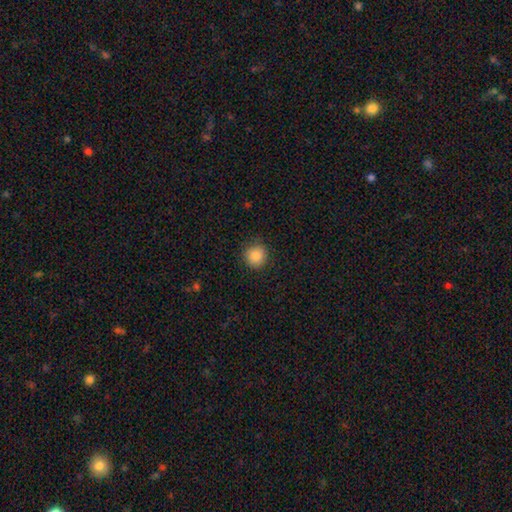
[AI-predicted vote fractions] Overall: smooth (86%). How rounded: round (92%). Merging: none (86%).